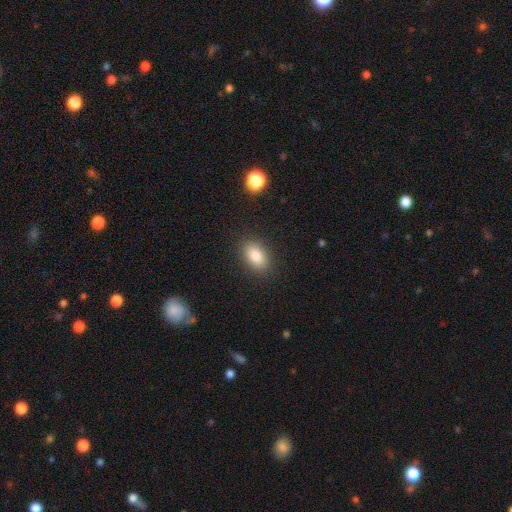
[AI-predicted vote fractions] The model was most divided on "smooth or featured": smooth: 83%, star or artifact: 9%, featured or disk: 8%. More confident: merging — none (88%); how rounded — in between (86%).